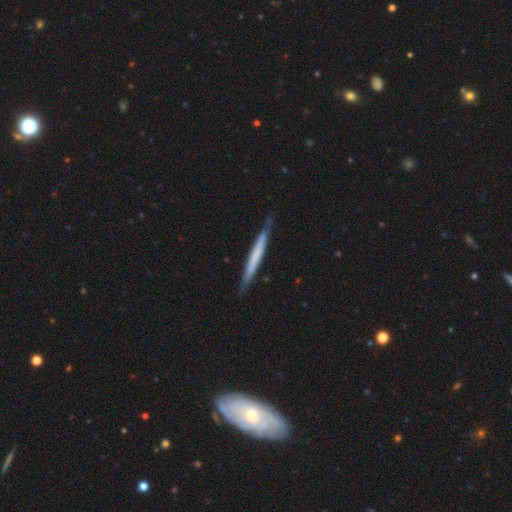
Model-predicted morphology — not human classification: smooth_or_featured: smooth (p=0.49) [alt: featured or disk p=0.46]
merging: none (p=0.86) [alt: minor disturbance p=0.12]